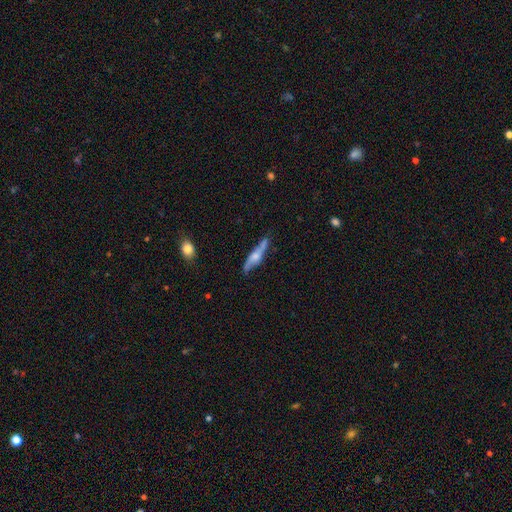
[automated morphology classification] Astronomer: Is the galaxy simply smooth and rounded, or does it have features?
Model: featured or disk — 58% (runner-up: smooth, 36%).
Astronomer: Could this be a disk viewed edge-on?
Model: yes — 72%.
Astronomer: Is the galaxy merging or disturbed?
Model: none — 71%.